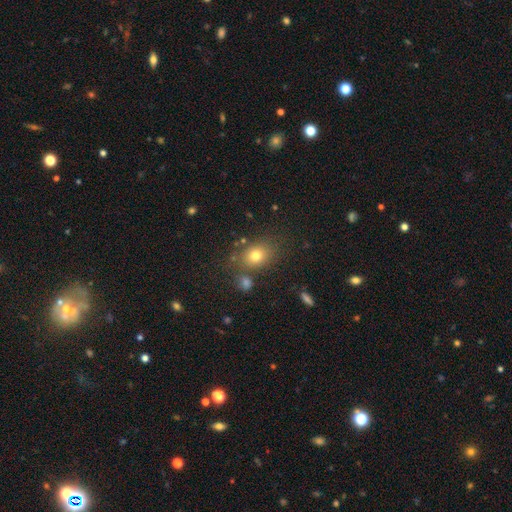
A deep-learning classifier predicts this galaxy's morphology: type=smooth (75%); roundness=in between (59%); merging=none (72%).